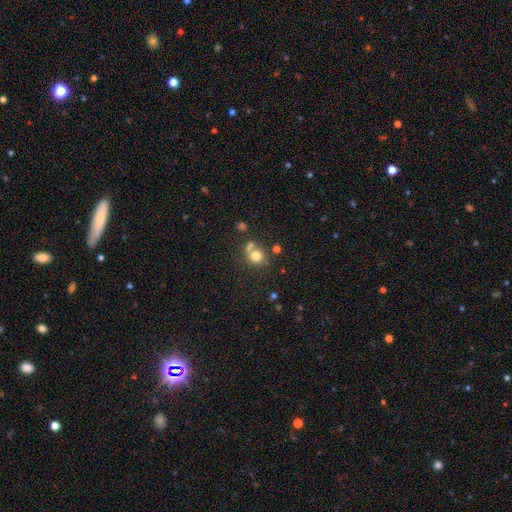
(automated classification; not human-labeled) smooth-or-featured: smooth: 73% | star or artifact: 14% | featured or disk: 13%
  how-rounded: round: 82% | in between: 17% | cigar-shaped: 1%
  merging: none: 52% | merger: 30% | minor disturbance: 12% | major disturbance: 6%